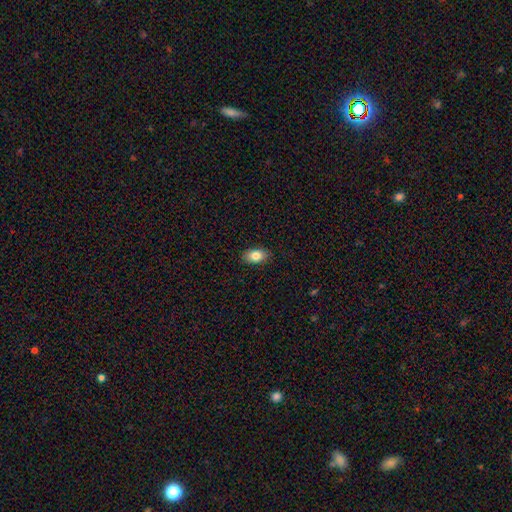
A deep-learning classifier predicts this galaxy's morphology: Overall: smooth (83%). How rounded: in between (90%). Merging: none (88%).